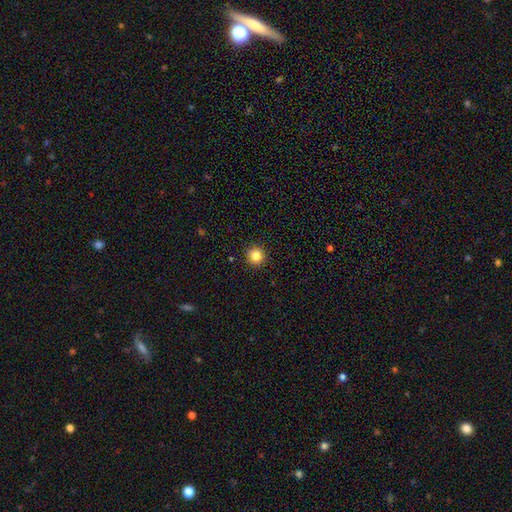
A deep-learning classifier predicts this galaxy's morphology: A smooth galaxy with no disk features (85%) that is round (95%).

Vote fractions:
- Smooth or featured? smooth: 85% / star or artifact: 11% / featured or disk: 4%
- How rounded? round: 95% / in between: 5% / cigar-shaped: 1%
- Merging? none: 92% / minor disturbance: 5% / major disturbance: 2% / merger: 1%